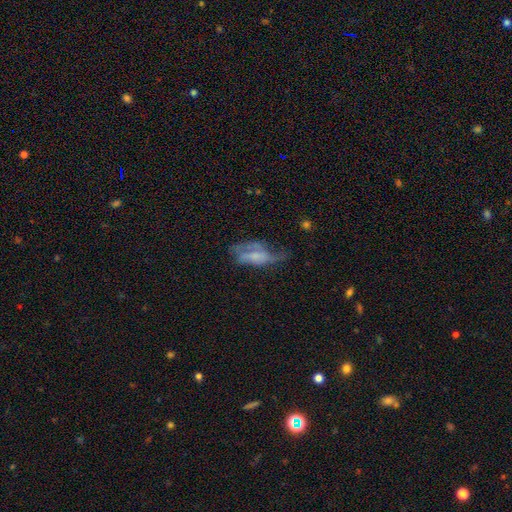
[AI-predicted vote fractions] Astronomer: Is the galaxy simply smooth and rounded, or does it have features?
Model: featured or disk — 51% (runner-up: smooth, 38%).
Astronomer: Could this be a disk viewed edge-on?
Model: no — 87%.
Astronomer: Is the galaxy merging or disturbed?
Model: major disturbance — 40% (runner-up: none, 29%).